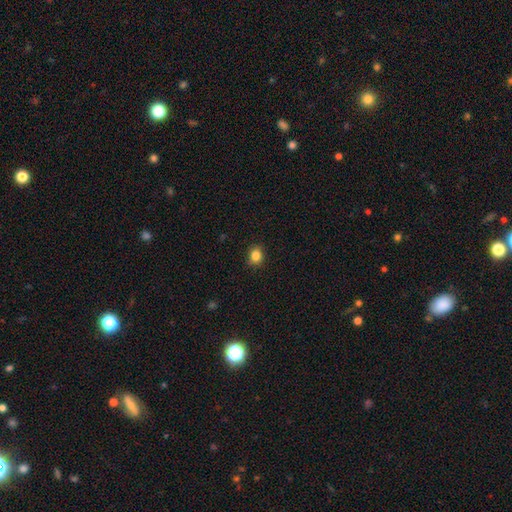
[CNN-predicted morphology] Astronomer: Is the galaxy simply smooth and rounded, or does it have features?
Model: smooth — 84%.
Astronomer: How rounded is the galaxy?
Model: round — 64%.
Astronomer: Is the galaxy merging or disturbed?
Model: none — 88%.